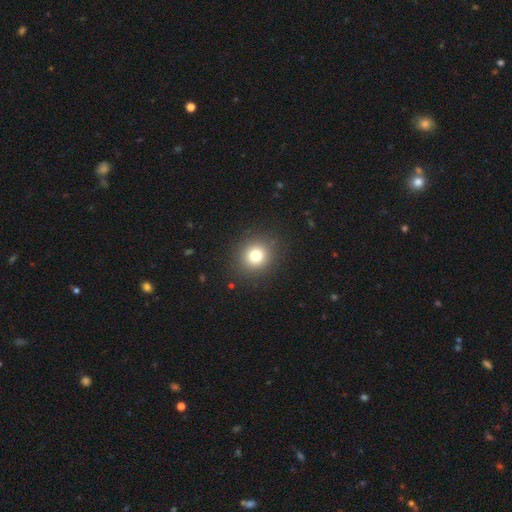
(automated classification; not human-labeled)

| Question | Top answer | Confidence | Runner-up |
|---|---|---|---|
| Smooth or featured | smooth | 79% | star or artifact (13%) |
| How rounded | round | 87% | in between (12%) |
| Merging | none | 89% | minor disturbance (7%) |